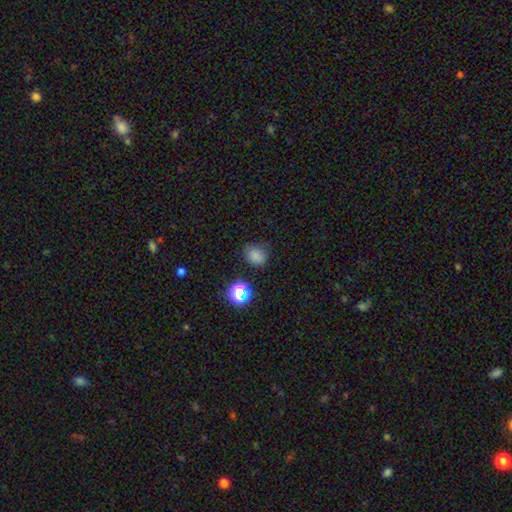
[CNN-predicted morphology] type=smooth (77%); roundness=round (66%); merging=none (76%).